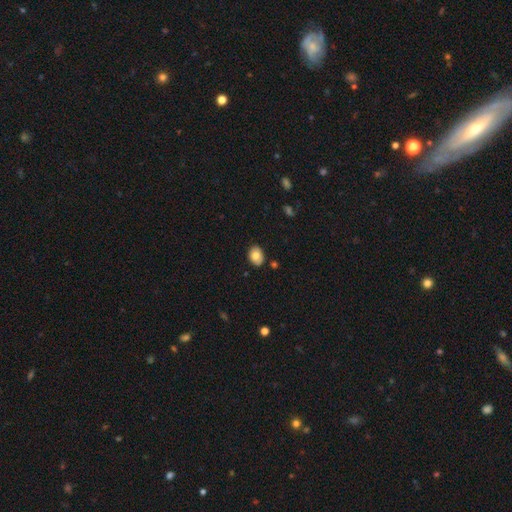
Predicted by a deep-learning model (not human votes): smooth-or-featured: smooth: 77% | featured or disk: 15% | star or artifact: 8%
  how-rounded: in between: 72% | round: 27% | cigar-shaped: 1%
  merging: none: 84% | minor disturbance: 12% | major disturbance: 2% | merger: 2%